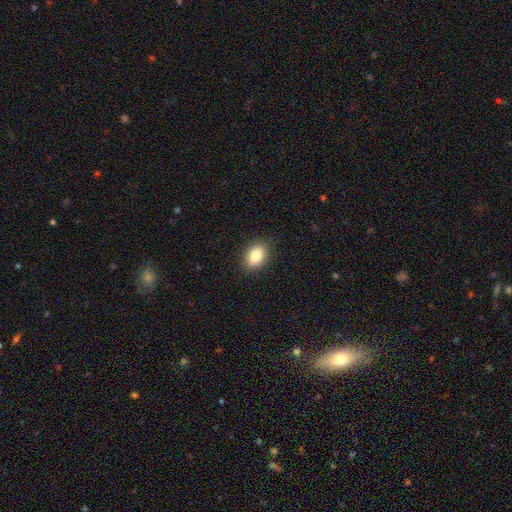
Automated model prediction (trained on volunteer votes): Smooth or featured: smooth — 85% (star or artifact — 8%)
How rounded: in between — 85% (round — 13%)
Merging: none — 88% (minor disturbance — 9%)